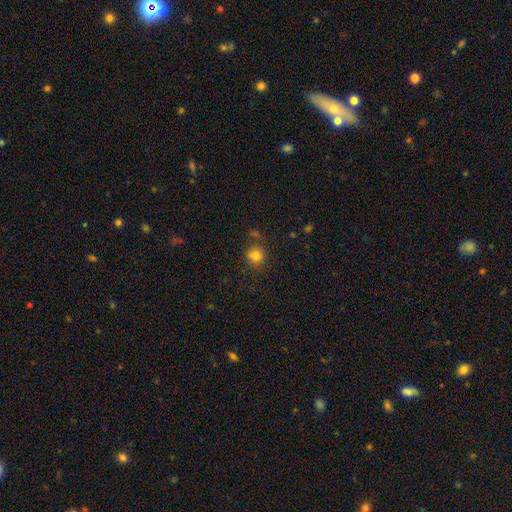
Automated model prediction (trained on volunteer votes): Smooth or featured: smooth — 79% (star or artifact — 13%)
How rounded: round — 88% (in between — 11%)
Merging: none — 74% (minor disturbance — 13%)